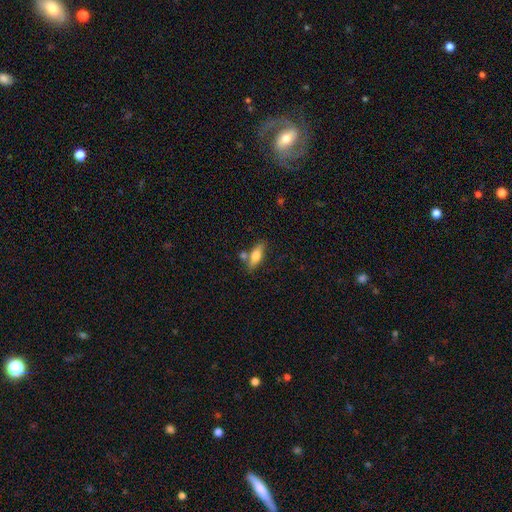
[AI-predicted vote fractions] Smooth or featured? smooth (66%)
How rounded? in between (61%)
Merging? none (65%)